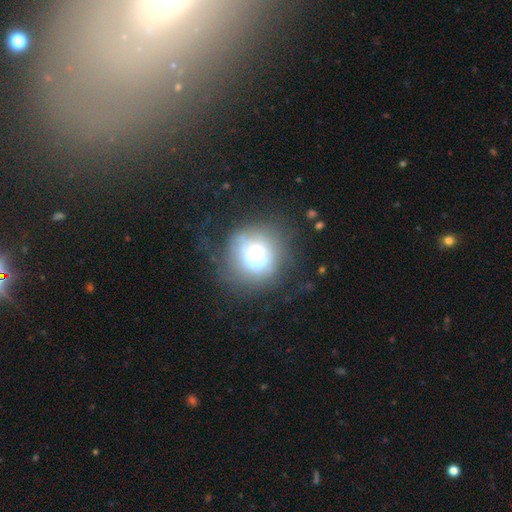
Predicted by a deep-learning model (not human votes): A featured or disk galaxy (44%).

Vote fractions:
- Smooth or featured? featured or disk: 44% / smooth: 43% / star or artifact: 13%
- Merging? none: 49% / major disturbance: 22% / minor disturbance: 21% / merger: 8%